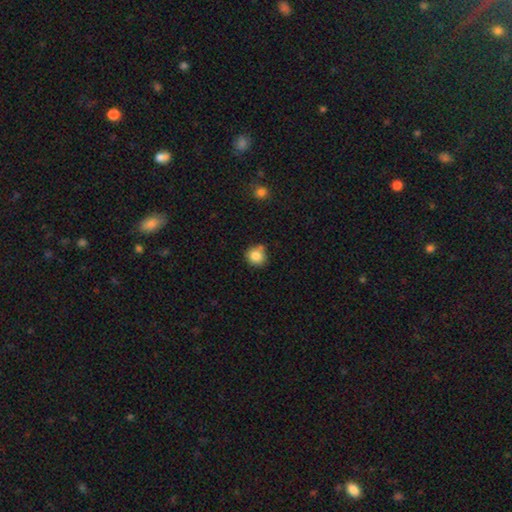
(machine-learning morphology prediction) Overall: smooth (84%). How rounded: round (90%). Merging: none (73%).